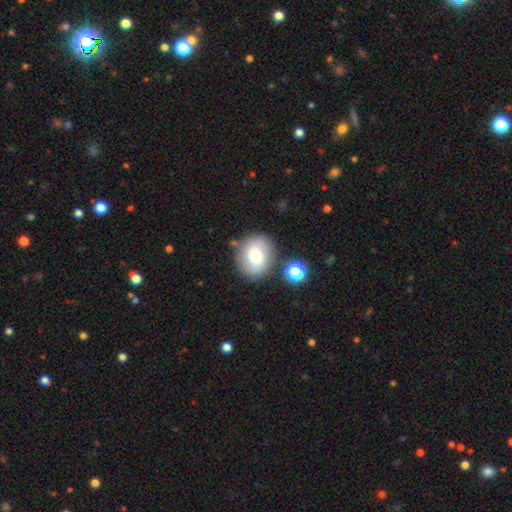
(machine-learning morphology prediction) Smooth or featured: smooth — 61% (featured or disk — 29%)
How rounded: round — 68% (in between — 31%)
Merging: none — 75% (minor disturbance — 13%)